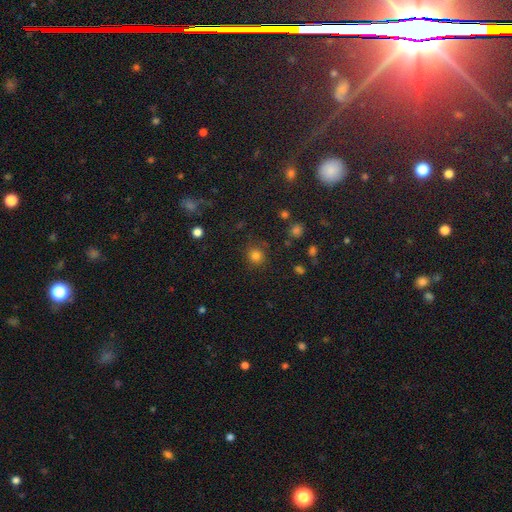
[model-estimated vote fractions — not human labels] This is likely a smooth galaxy (79%). How rounded: clearly round (89%). Merging: clearly none (83%).